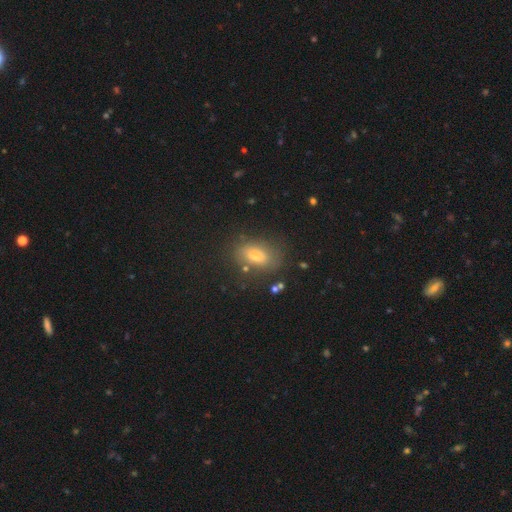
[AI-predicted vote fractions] Smooth or featured? Predicted: smooth (p=0.72). How rounded? Predicted: in between (p=0.85). Merging? Predicted: none (p=0.76).